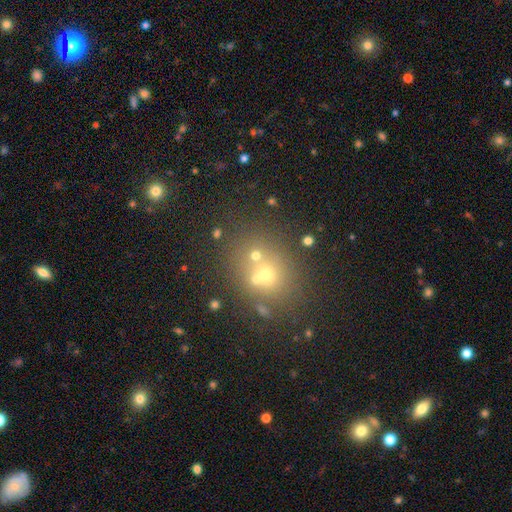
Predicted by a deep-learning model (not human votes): The model was most divided on "smooth or featured": smooth: 59%, star or artifact: 25%, featured or disk: 16%. More confident: how rounded — round (73%); merging — none (60%).